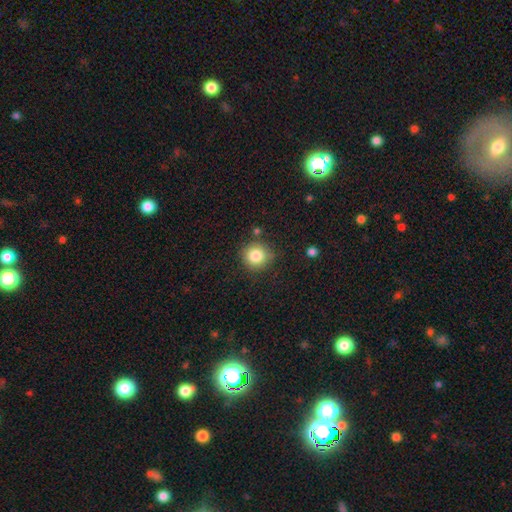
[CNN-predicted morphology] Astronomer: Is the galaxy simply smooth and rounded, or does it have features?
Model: smooth — 83%.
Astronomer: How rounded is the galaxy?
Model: round — 92%.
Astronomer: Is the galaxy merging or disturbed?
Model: none — 82%.